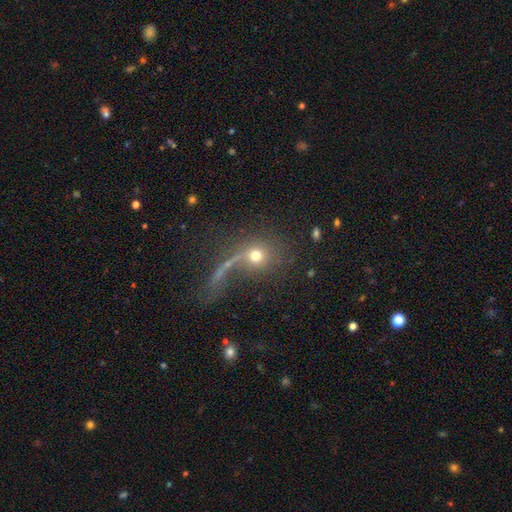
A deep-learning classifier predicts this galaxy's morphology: smooth_or_featured: smooth (p=0.58) [alt: featured or disk p=0.23]
how_rounded: round (p=0.82) [alt: in between p=0.15]
merging: none (p=0.41) [alt: major disturbance p=0.28]